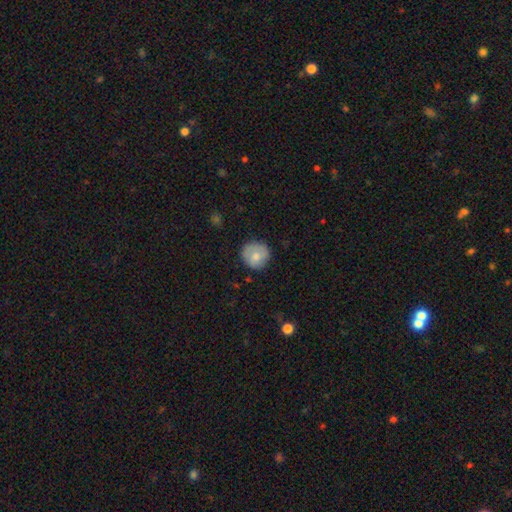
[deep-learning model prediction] Q: Smooth or featured?
A: smooth (75%); runner-up: featured or disk (18%)
Q: How rounded?
A: round (91%); runner-up: in between (8%)
Q: Merging?
A: none (78%); runner-up: minor disturbance (17%)